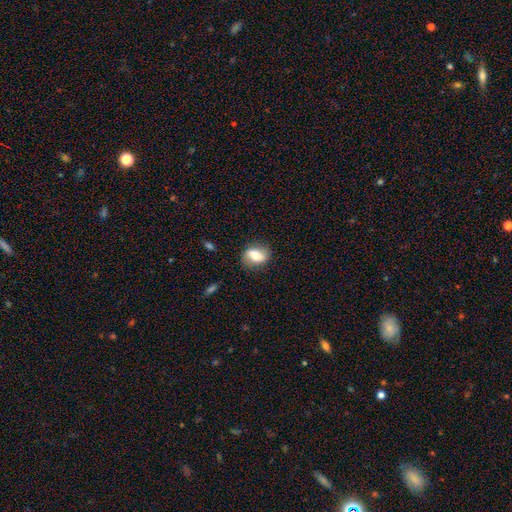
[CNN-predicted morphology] Smooth or featured? Predicted: smooth (p=0.58). How rounded? Predicted: in between (p=0.67). Merging? Predicted: none (p=0.79).